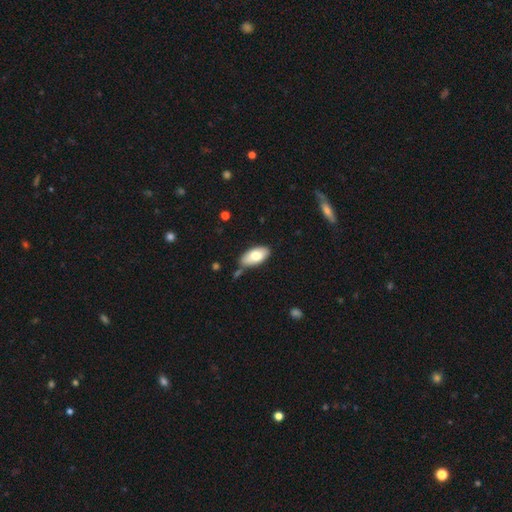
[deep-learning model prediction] The model was most divided on "merging": none: 72%, minor disturbance: 18%, merger: 6%, major disturbance: 3%. More confident: how rounded — in between (93%); smooth or featured — smooth (75%).